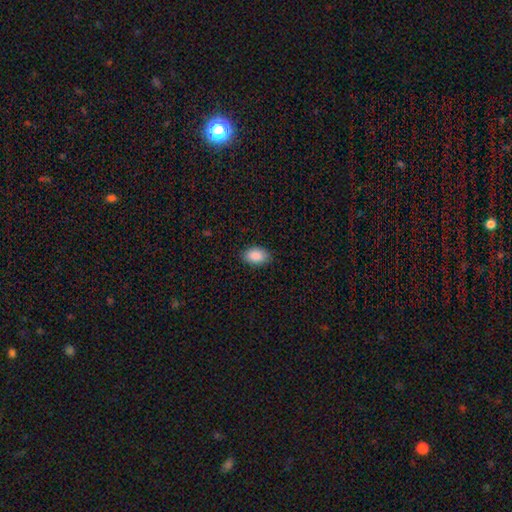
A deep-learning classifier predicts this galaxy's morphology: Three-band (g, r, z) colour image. It shows a smooth galaxy with no disk features (88%) that is in between round and cigar-shaped (91%). Merging: none (86%).